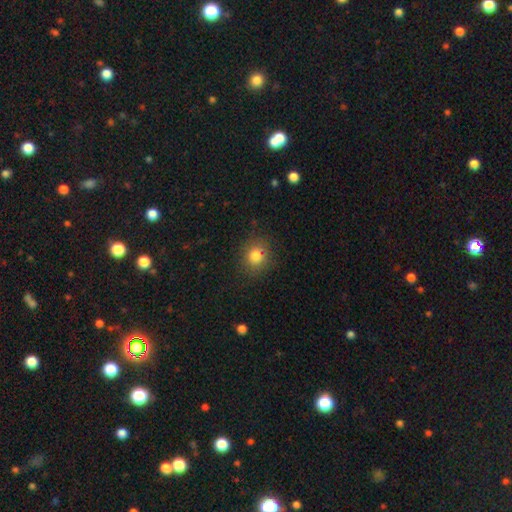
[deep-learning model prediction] smooth-or-featured: smooth: 81% | star or artifact: 12% | featured or disk: 8%
  how-rounded: round: 77% | in between: 22% | cigar-shaped: 1%
  merging: none: 84% | minor disturbance: 11% | major disturbance: 3% | merger: 1%